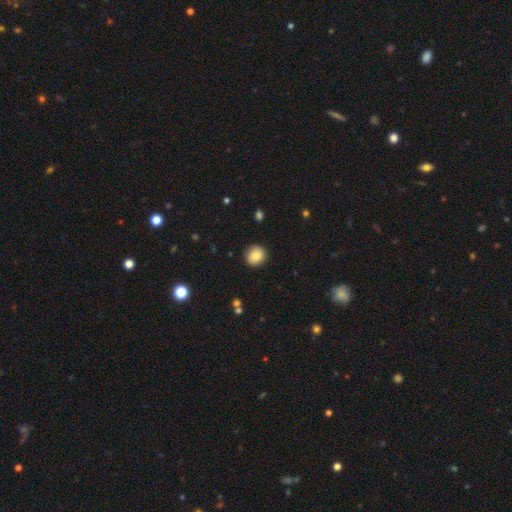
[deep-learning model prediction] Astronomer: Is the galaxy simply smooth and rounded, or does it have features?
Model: smooth — 82%.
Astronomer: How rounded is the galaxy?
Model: round — 85%.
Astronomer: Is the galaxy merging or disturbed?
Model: none — 87%.